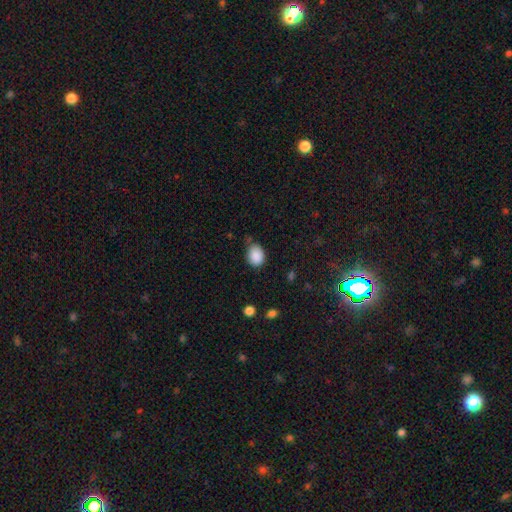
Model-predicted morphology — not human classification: smooth-or-featured: smooth: 88% | star or artifact: 8% | featured or disk: 4%
  how-rounded: in between: 54% | round: 45% | cigar-shaped: 1%
  merging: none: 67% | minor disturbance: 25% | major disturbance: 5% | merger: 3%